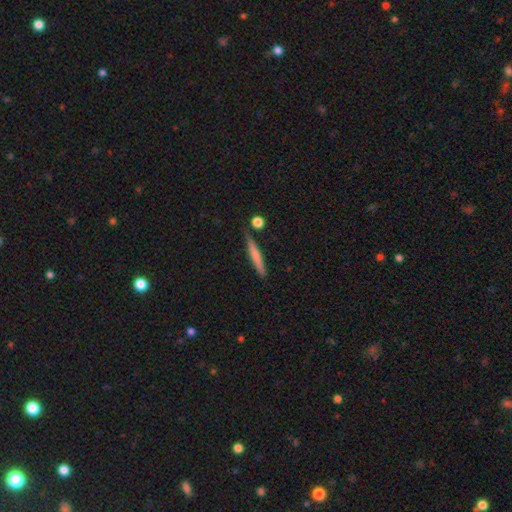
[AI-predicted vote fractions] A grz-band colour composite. It shows a smooth galaxy with no disk features (64%) that is cigar-shaped (95%). Merging: none (81%).